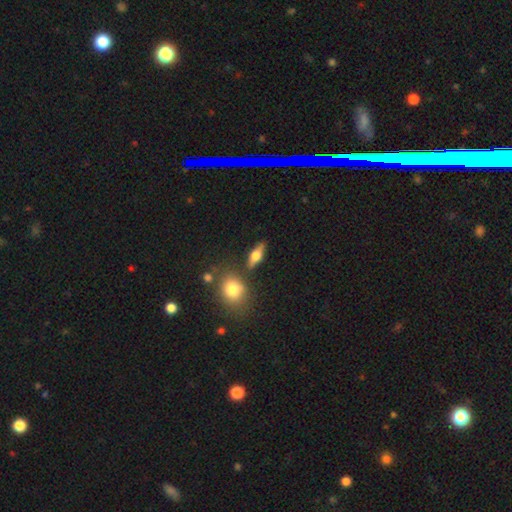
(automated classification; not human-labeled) The model was most divided on "smooth or featured": smooth: 49%, featured or disk: 43%, star or artifact: 8%. More confident: merging — none (79%).